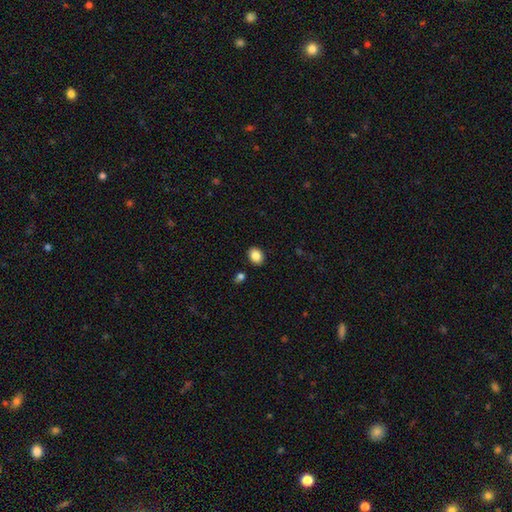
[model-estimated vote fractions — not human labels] The model was most divided on "how rounded": in between: 72%, round: 27%, cigar-shaped: 1%. More confident: merging — none (88%); smooth or featured — smooth (86%).